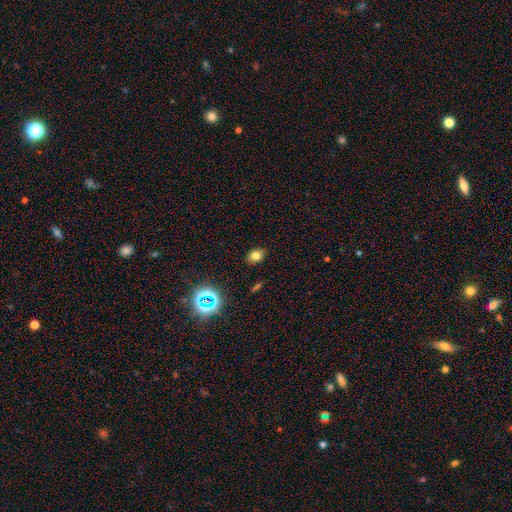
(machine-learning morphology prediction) Smooth or featured? Predicted: smooth (p=0.75). How rounded? Predicted: in between (p=0.70). Merging? Predicted: none (p=0.87).